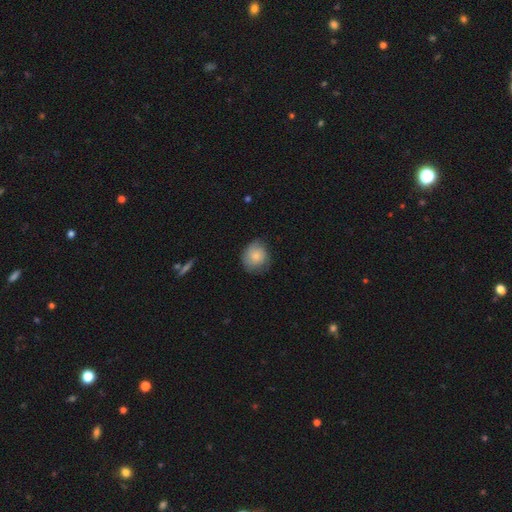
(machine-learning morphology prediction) smooth 77%, featured or disk 16%, star or artifact 7%. Down the decision tree: how rounded — round (79%); merging — none (66%).